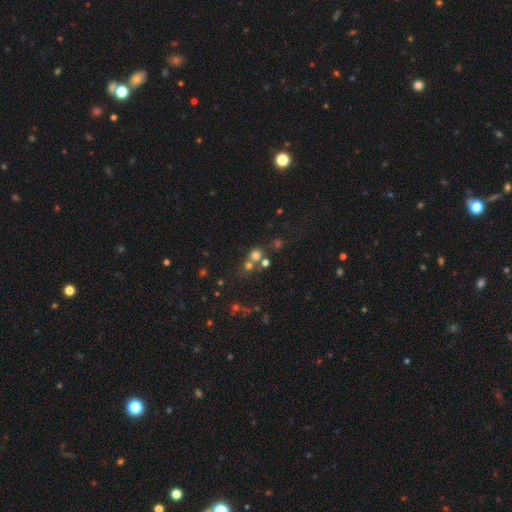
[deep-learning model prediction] smooth 63%, star or artifact 25%, featured or disk 11%. Down the decision tree: how rounded — round (86%); merging — none (53%).